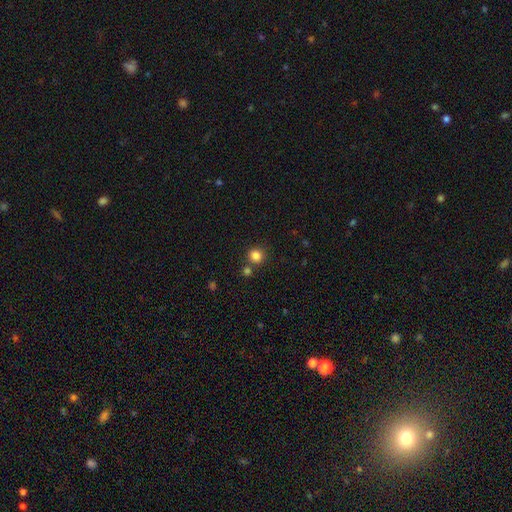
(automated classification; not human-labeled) Morphology: type=smooth (83%); roundness=round (88%); merging=none (75%).